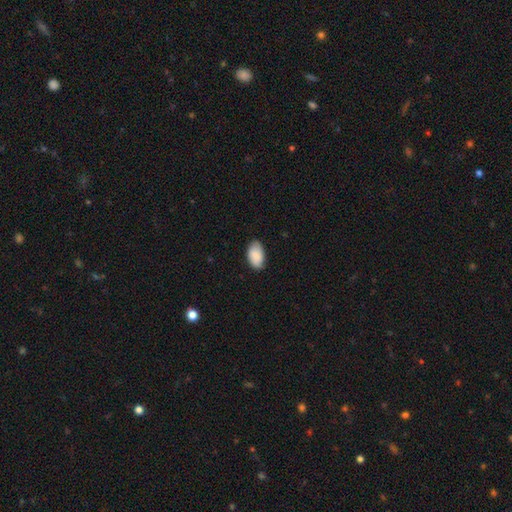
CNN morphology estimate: Smooth or featured: smooth — 88% (star or artifact — 6%)
How rounded: in between — 94% (round — 5%)
Merging: none — 79% (minor disturbance — 18%)